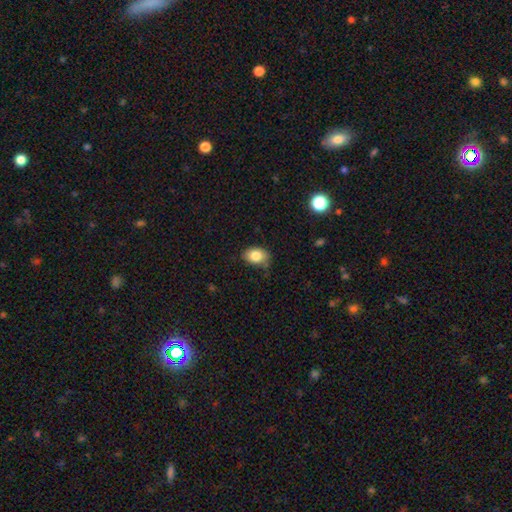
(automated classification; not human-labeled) Smooth or featured? smooth (83%)
How rounded? in between (73%)
Merging? none (70%)